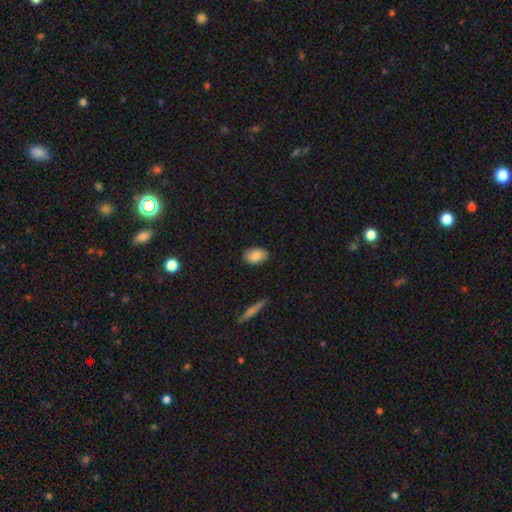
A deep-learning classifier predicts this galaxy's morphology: Overall: smooth (86%). How rounded: in between (89%). Merging: none (87%).